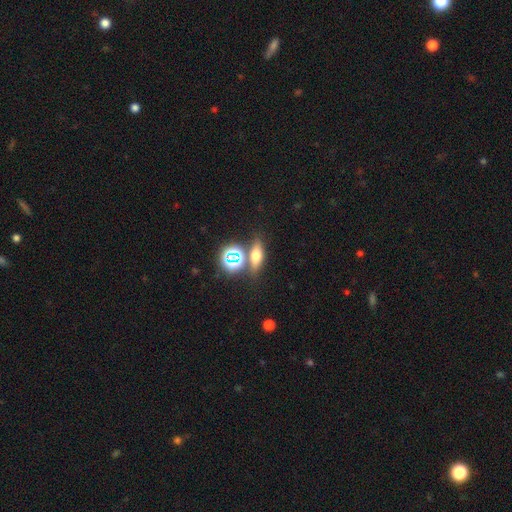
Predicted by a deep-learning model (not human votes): Smooth or featured?
  - smooth: 52% *
  - star or artifact: 25%
  - featured or disk: 23%
How rounded?
  - in between: 51% *
  - cigar-shaped: 29%
  - round: 20%
Merging?
  - none: 74% *
  - merger: 13%
  - minor disturbance: 10%
  - major disturbance: 4%